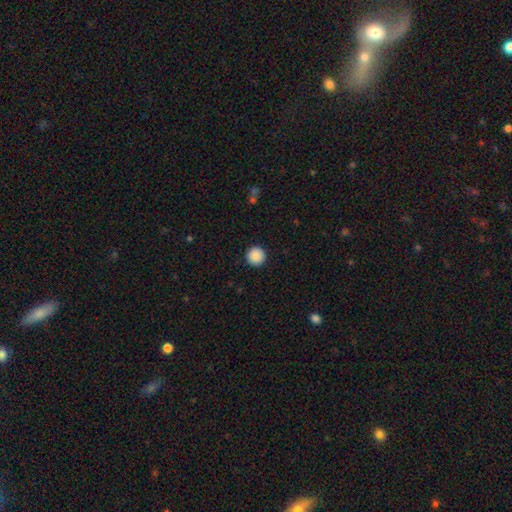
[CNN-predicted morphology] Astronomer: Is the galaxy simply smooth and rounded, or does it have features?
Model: smooth — 89%.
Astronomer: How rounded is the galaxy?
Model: round — 96%.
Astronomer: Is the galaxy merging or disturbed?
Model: none — 93%.